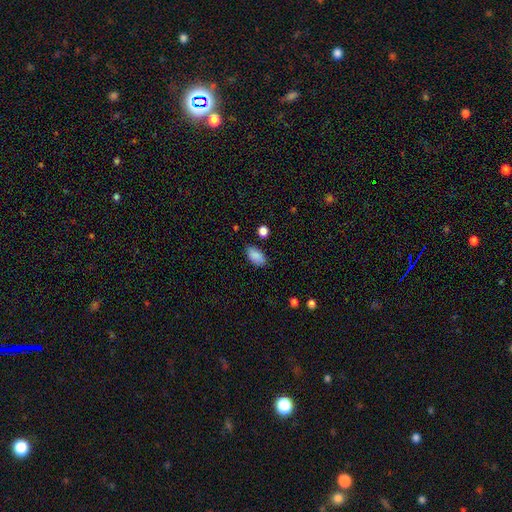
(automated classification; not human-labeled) smooth 88%, star or artifact 8%, featured or disk 4%. Down the decision tree: how rounded — in between (93%); merging — none (81%).